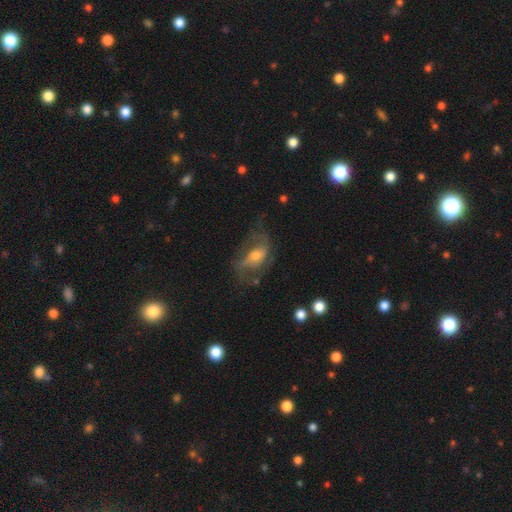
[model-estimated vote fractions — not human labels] This is likely a featured or disk galaxy (66%). It is clearly not viewed edge-on (94%). Bar: possibly no (51%). Spiral arm pattern: likely yes (71%). Central bulge: possibly moderate (53%). Merging: marginally none (45%).